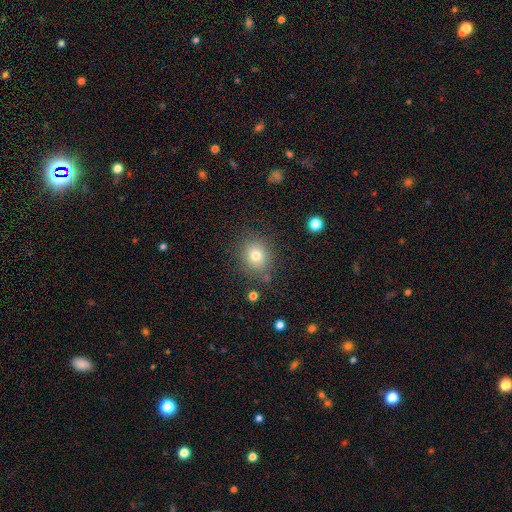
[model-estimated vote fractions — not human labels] Smooth or featured? Predicted: smooth (p=0.76). How rounded? Predicted: round (p=0.74). Merging? Predicted: none (p=0.81).